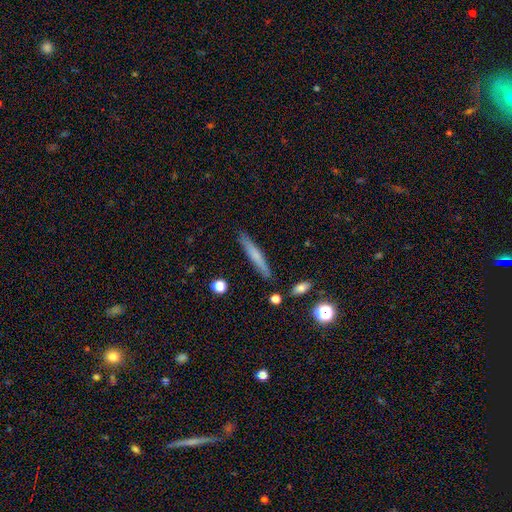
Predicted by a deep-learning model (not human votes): A smooth galaxy with no disk features (63%) that is cigar-shaped (94%). Merging: none (87%).